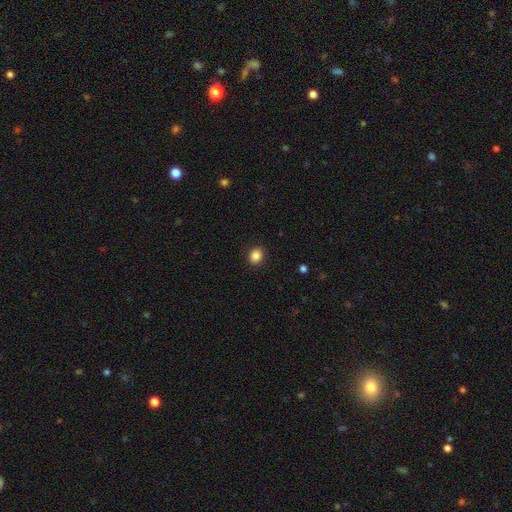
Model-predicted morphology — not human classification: smooth 87%, star or artifact 10%, featured or disk 4%. Down the decision tree: how rounded — round (55%); merging — none (91%).